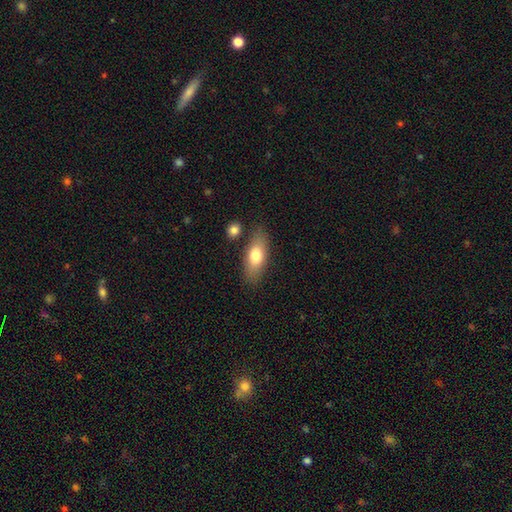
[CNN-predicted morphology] type=smooth (74%); roundness=in between (75%); merging=none (78%).